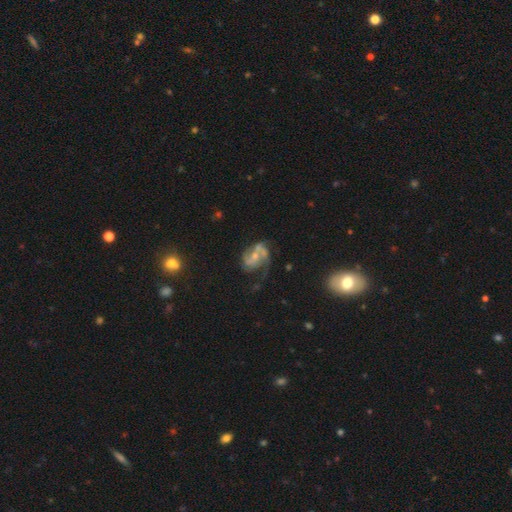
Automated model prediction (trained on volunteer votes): The model was most divided on "bar": no: 48%, weak: 39%, strong: 12%. Remaining: edge-on disk — no (98%); spiral arms — yes (88%); smooth or featured — featured or disk (77%); spiral arm count — 2 (65%); bulge size — small (53%); spiral winding — medium (46%); merging — none (41%).